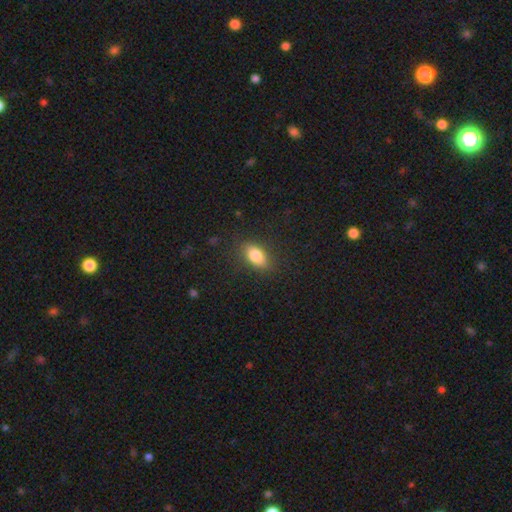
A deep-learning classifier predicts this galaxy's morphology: Smooth or featured? smooth (83%)
How rounded? in between (88%)
Merging? none (85%)